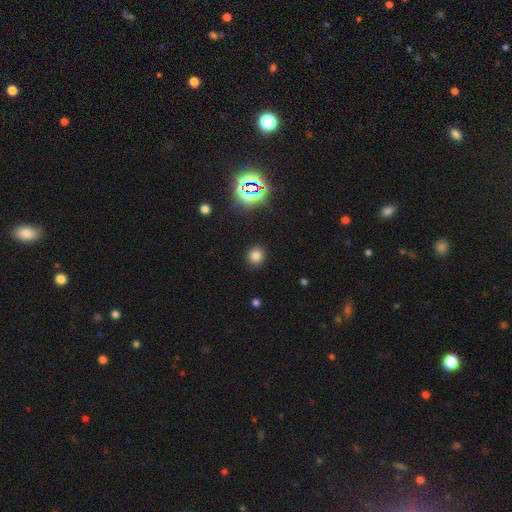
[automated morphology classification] smooth 76%, star or artifact 19%, featured or disk 6%. Down the decision tree: how rounded — round (89%); merging — none (90%).